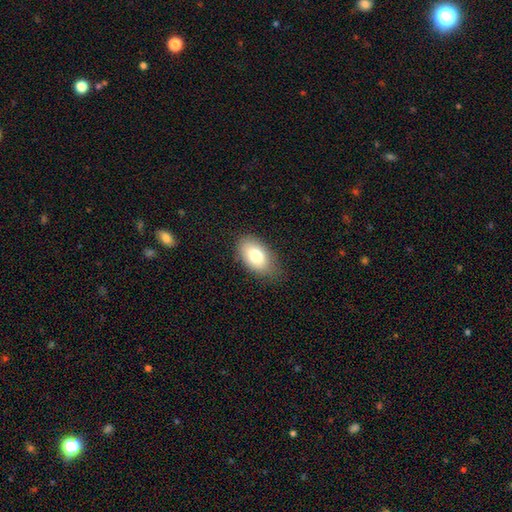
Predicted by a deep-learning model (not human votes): Smooth or featured? smooth (77%)
How rounded? in between (92%)
Merging? none (77%)